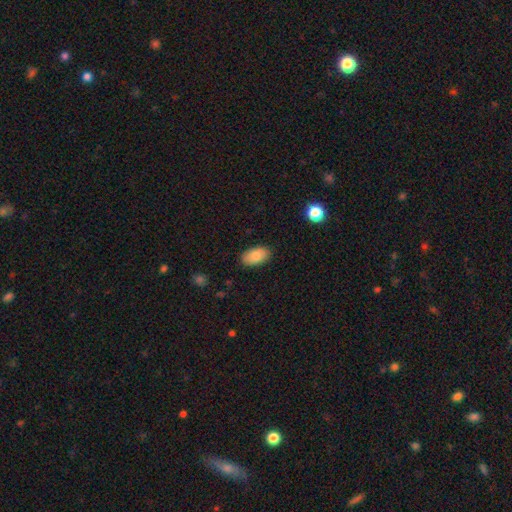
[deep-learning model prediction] Smooth or featured? Predicted: smooth (p=0.84). How rounded? Predicted: in between (p=0.94). Merging? Predicted: none (p=0.87).